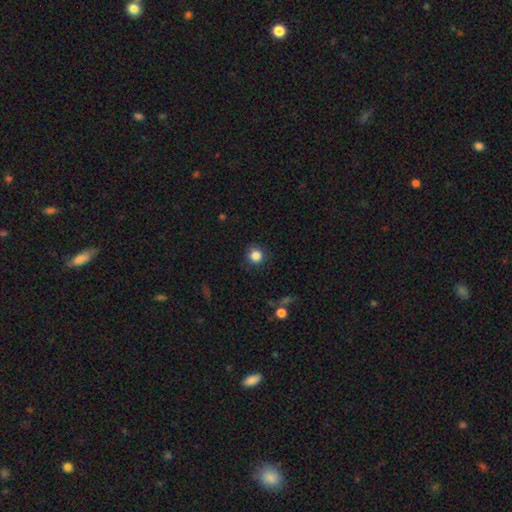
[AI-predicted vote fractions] smooth 84%, star or artifact 12%, featured or disk 4%. Down the decision tree: how rounded — round (92%); merging — none (87%).